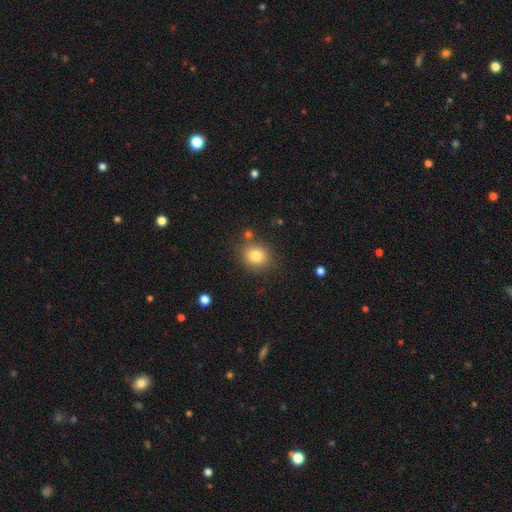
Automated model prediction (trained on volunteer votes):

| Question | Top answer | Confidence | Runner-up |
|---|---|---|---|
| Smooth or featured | smooth | 81% | star or artifact (11%) |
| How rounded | round | 69% | in between (30%) |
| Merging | none | 78% | minor disturbance (12%) |